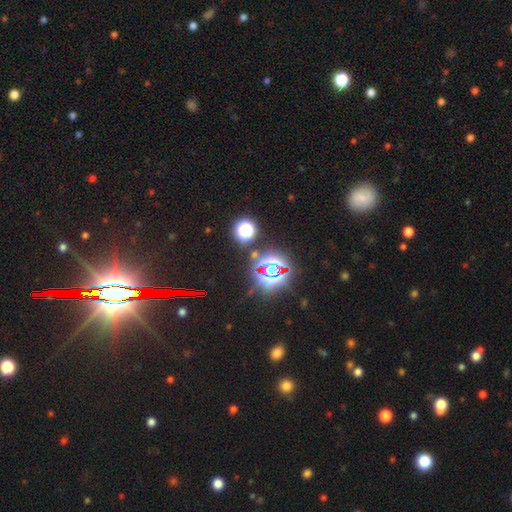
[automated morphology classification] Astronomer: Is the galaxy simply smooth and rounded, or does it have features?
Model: star or artifact — 80%.